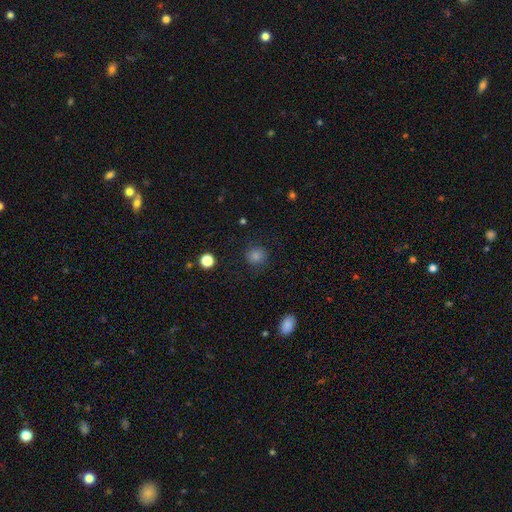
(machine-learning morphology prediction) Overall: smooth (78%). How rounded: round (89%). Merging: none (84%).